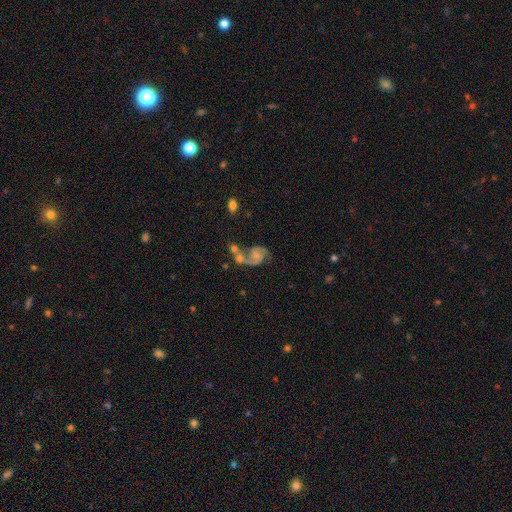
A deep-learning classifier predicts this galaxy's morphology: smooth-or-featured: featured or disk: 79% | smooth: 14% | star or artifact: 8%
  disk-edge-on: no: 98% | yes: 2%
    bar: no: 61% | weak: 32% | strong: 7%
    has-spiral-arms: yes: 92% | no: 8%
      spiral-winding: medium: 49% | loose: 36% | tight: 15%
      spiral-arm-count: 2: 85% | 1: 7% | can't tell: 4% | 3: 2% | 4: 1% | more than 4: 1%
    bulge-size: small: 46% | moderate: 25% | none: 24% | large: 3% | dominant: 1%
  merging: merger: 40% | none: 32% | major disturbance: 14% | minor disturbance: 14%